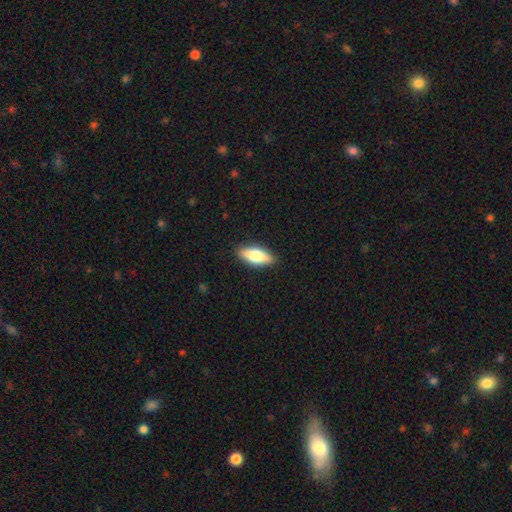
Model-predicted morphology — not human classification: A smooth galaxy with no disk features (67%) that is in between round and cigar-shaped (69%).

Vote fractions:
- Smooth or featured? smooth: 67% / featured or disk: 27% / star or artifact: 6%
- How rounded? in between: 69% / cigar-shaped: 28% / round: 3%
- Merging? none: 89% / minor disturbance: 8% / major disturbance: 2% / merger: 1%